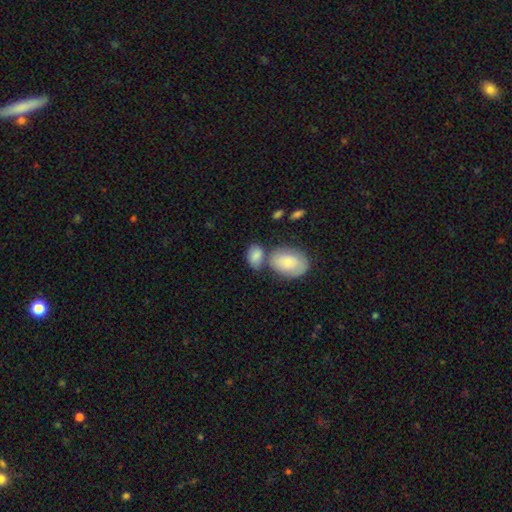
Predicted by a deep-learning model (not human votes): Q: Smooth or featured?
A: smooth (79%); runner-up: featured or disk (14%)
Q: How rounded?
A: in between (85%); runner-up: round (13%)
Q: Merging?
A: none (43%); runner-up: merger (36%)